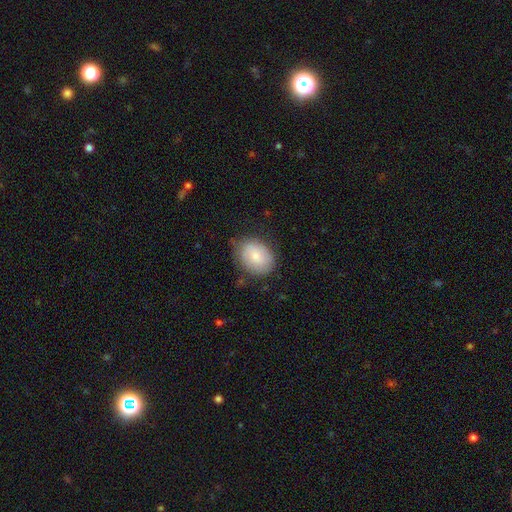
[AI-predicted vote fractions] The model was most divided on "how rounded": in between: 60%, round: 39%, cigar-shaped: 1%. More confident: smooth or featured — smooth (73%); merging — none (72%).